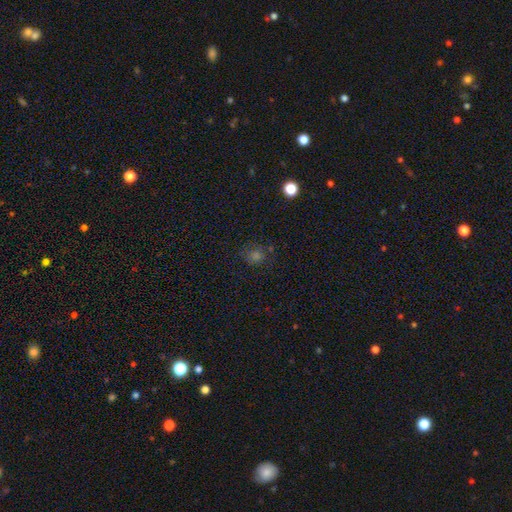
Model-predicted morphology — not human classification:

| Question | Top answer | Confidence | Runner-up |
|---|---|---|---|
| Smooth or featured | smooth | 59% | star or artifact (31%) |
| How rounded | round | 80% | in between (19%) |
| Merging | none | 78% | minor disturbance (13%) |